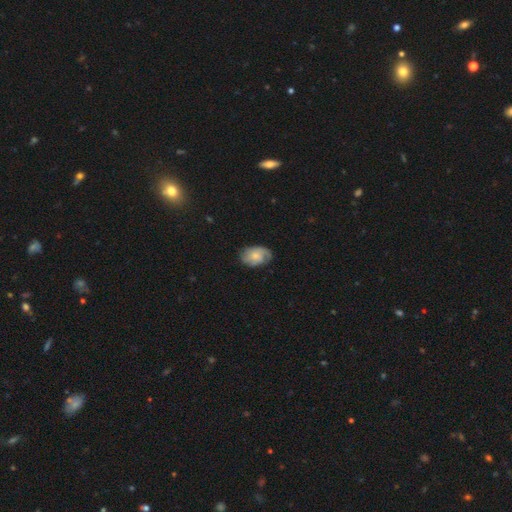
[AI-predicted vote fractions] Smooth or featured: featured or disk — 47% (smooth — 45%)
Merging: none — 71% (minor disturbance — 22%)